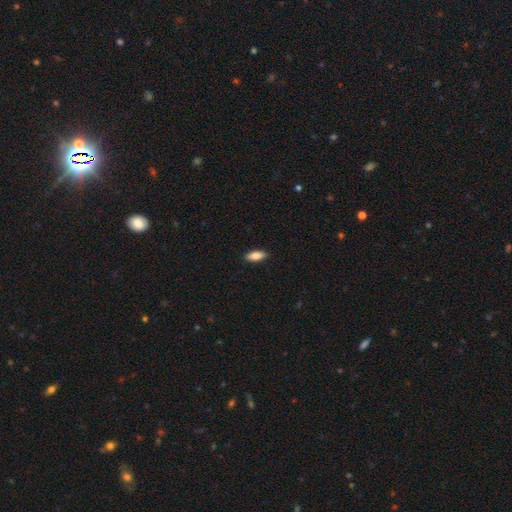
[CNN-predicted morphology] Smooth or featured: smooth — 82% (featured or disk — 12%)
How rounded: in between — 78% (cigar-shaped — 20%)
Merging: none — 90% (minor disturbance — 8%)